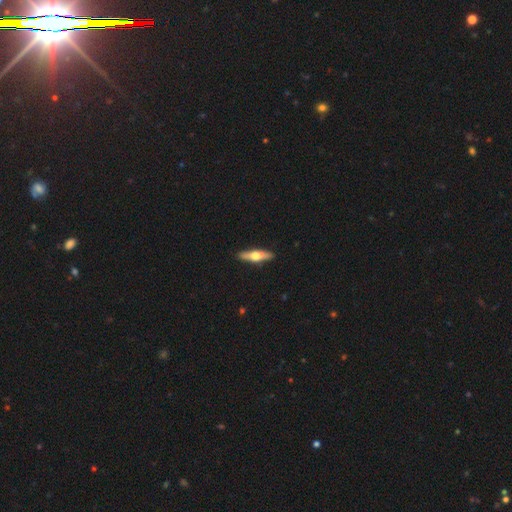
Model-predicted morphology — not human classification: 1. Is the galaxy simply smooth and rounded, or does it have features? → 53% featured or disk, 42% smooth, 5% star or artifact.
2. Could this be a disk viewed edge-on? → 92% yes, 8% no.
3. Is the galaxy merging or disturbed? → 91% none, 7% minor disturbance, 1% major disturbance, 1% merger.